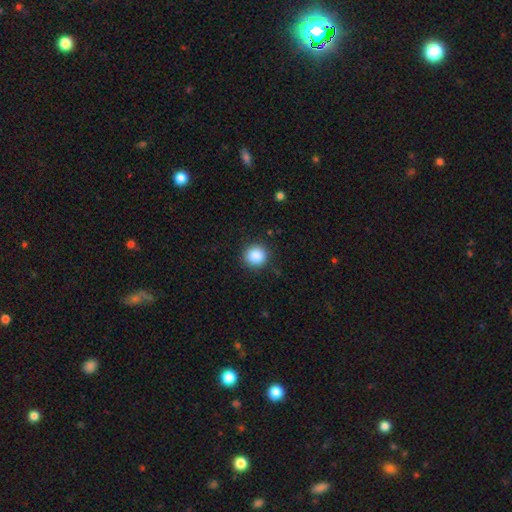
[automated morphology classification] A smooth galaxy with no disk features (88%) that is round (93%). Merging: none (90%).